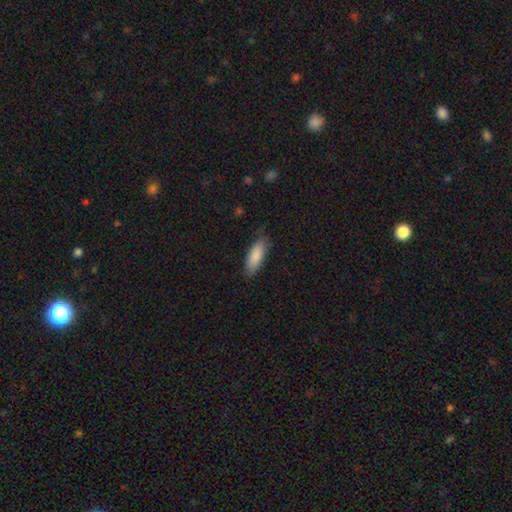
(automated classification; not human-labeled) This is clearly a smooth galaxy (87%). How rounded: likely in between (67%). Merging: likely none (80%).